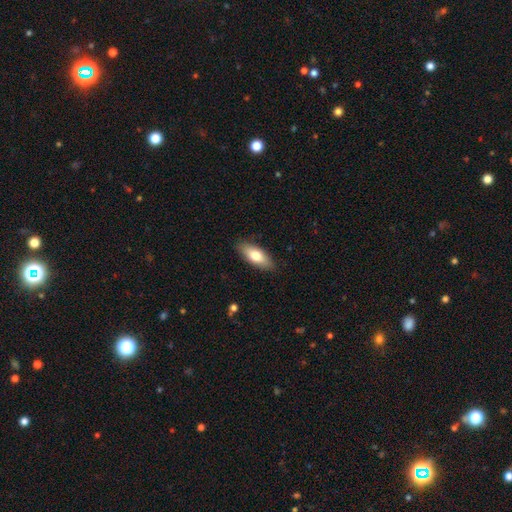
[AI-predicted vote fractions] A smooth galaxy with no disk features (73%) that is in between round and cigar-shaped (75%). Merging: none (88%).